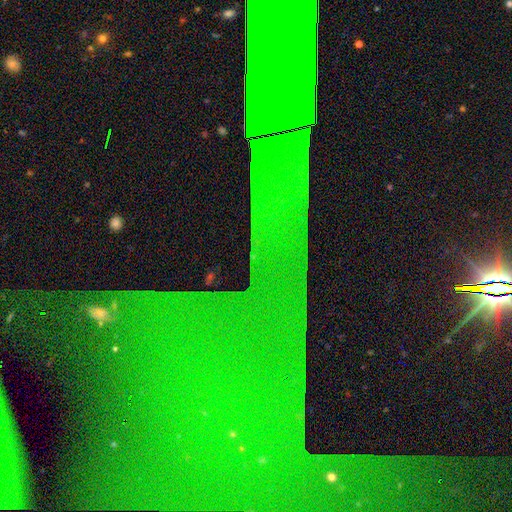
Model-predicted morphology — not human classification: A star or artifact, not a galaxy (81%).

Vote fractions:
- Smooth or featured? star or artifact: 81% / featured or disk: 10% / smooth: 9%